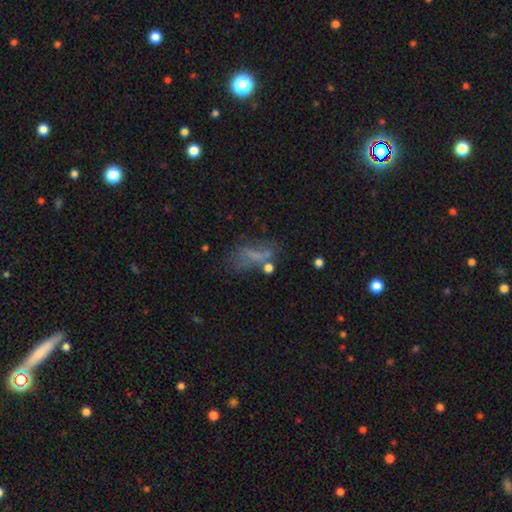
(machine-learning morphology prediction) Smooth or featured? Predicted: smooth (p=0.43). Merging? Predicted: none (p=0.39).